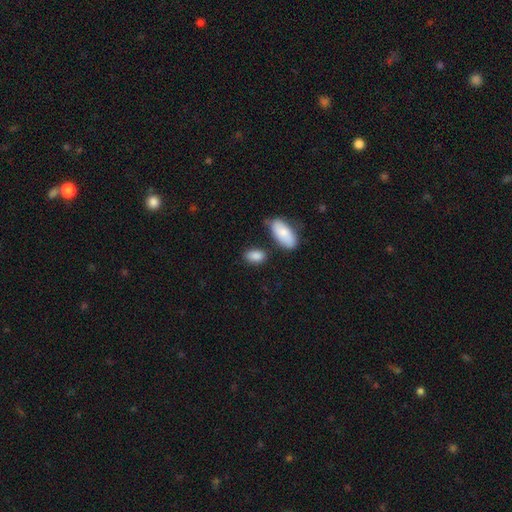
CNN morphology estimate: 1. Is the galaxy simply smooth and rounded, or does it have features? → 87% smooth, 7% star or artifact, 6% featured or disk.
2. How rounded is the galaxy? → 91% in between, 6% round, 3% cigar-shaped.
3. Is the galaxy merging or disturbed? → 72% none, 15% minor disturbance, 9% merger, 4% major disturbance.